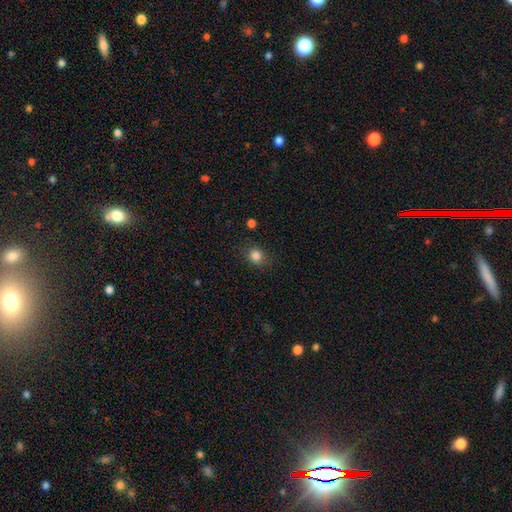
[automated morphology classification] This appears to be a smooth galaxy with no disk features (84%) that is round (71%). Merging: none (81%).